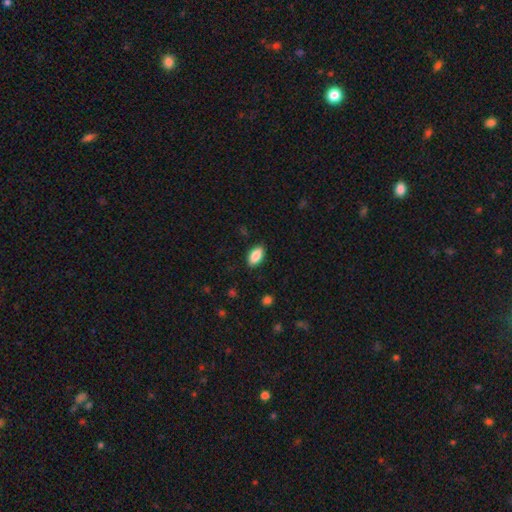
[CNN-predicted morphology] Smooth or featured?
  - smooth: 88% *
  - star or artifact: 7%
  - featured or disk: 5%
How rounded?
  - in between: 93% *
  - cigar-shaped: 4%
  - round: 3%
Merging?
  - none: 88% *
  - minor disturbance: 9%
  - major disturbance: 2%
  - merger: 1%